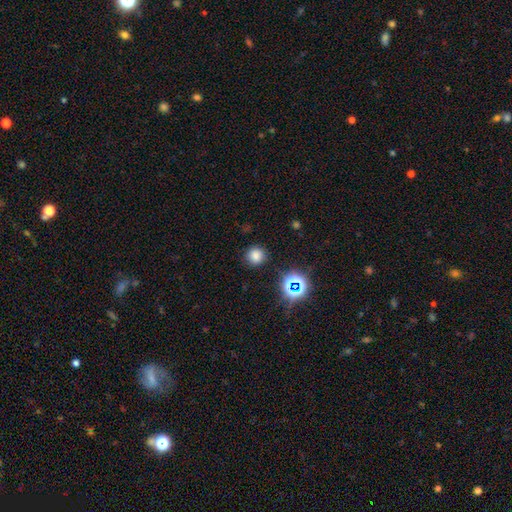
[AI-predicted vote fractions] smooth 74%, star or artifact 20%, featured or disk 6%. Down the decision tree: how rounded — round (90%); merging — none (87%).